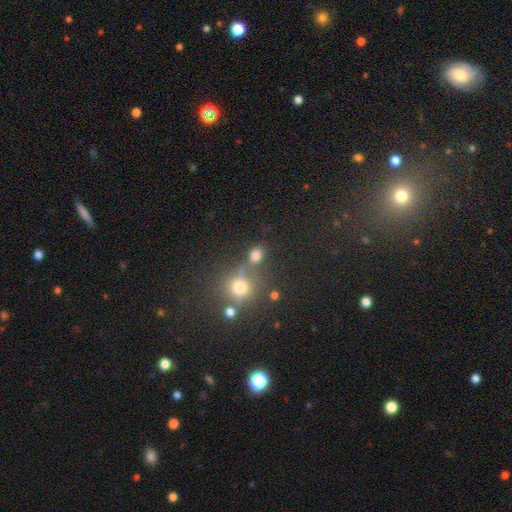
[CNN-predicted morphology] A smooth galaxy with no disk features (76%) that is in between round and cigar-shaped (52%).

Vote fractions:
- Smooth or featured? smooth: 76% / star or artifact: 17% / featured or disk: 7%
- How rounded? in between: 52% / round: 46% / cigar-shaped: 2%
- Merging? none: 64% / merger: 18% / minor disturbance: 12% / major disturbance: 6%